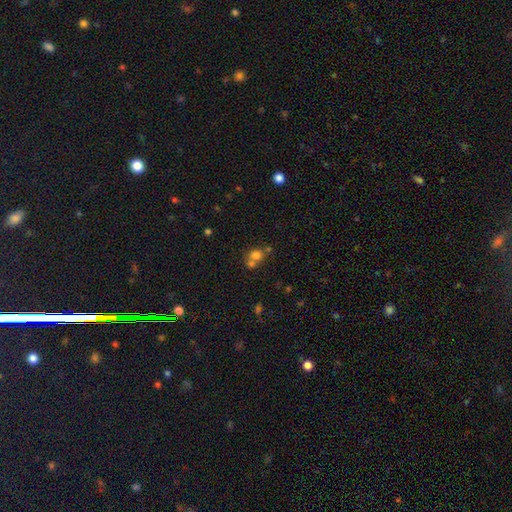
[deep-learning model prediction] This is likely a smooth galaxy (71%). How rounded: likely round (73%). Merging: possibly merger (49%).